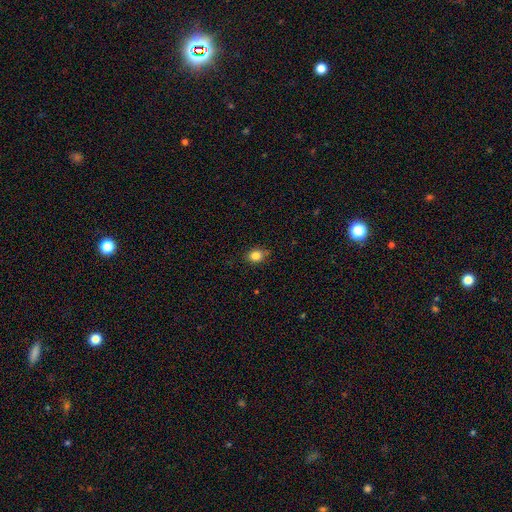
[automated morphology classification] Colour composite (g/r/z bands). It shows a smooth galaxy with no disk features (84%) that is round (57%). Merging: none (82%).